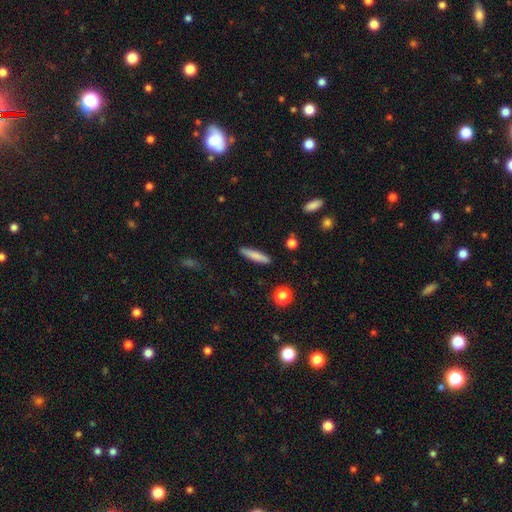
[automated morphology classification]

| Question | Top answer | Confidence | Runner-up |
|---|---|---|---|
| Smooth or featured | smooth | 81% | featured or disk (13%) |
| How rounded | cigar-shaped | 87% | in between (11%) |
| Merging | none | 89% | minor disturbance (8%) |